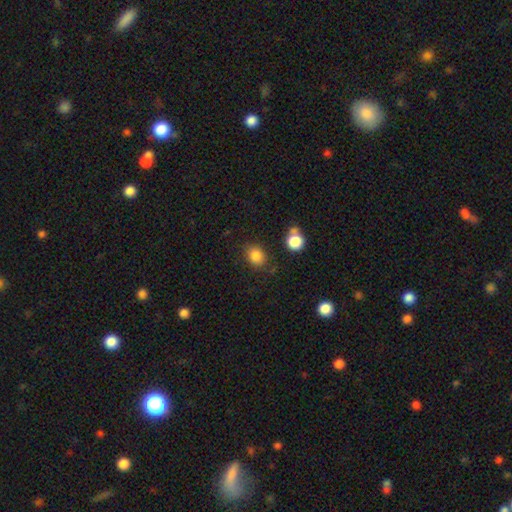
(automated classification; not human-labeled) This appears to be a smooth galaxy with no disk features (84%) that is round (57%). Merging: none (77%).